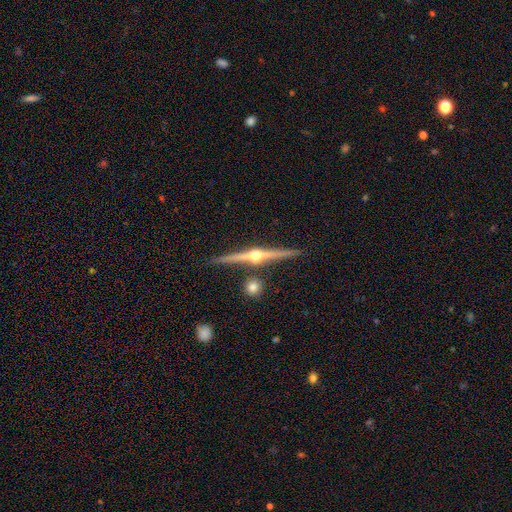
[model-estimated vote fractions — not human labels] Q: Smooth or featured?
A: featured or disk (86%); runner-up: smooth (9%)
Q: Edge-on disk?
A: yes (98%); runner-up: no (2%)
Q: Edge-on bulge?
A: rounded (96%); runner-up: boxy (2%)
Q: Merging?
A: none (86%); runner-up: minor disturbance (7%)